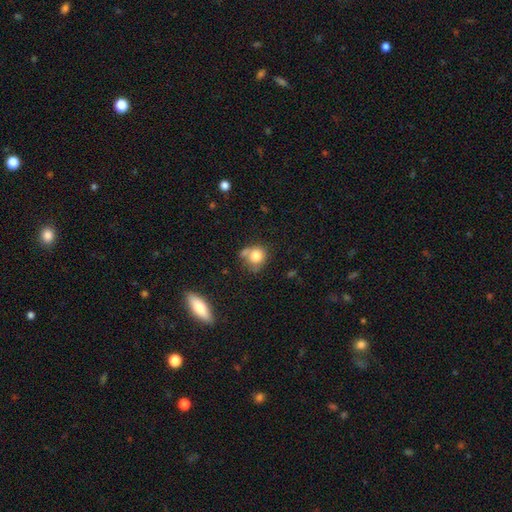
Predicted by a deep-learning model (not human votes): The model was most divided on "merging": none: 51%, merger: 23%, minor disturbance: 19%, major disturbance: 8%. More confident: smooth or featured — smooth (79%); how rounded — round (78%).